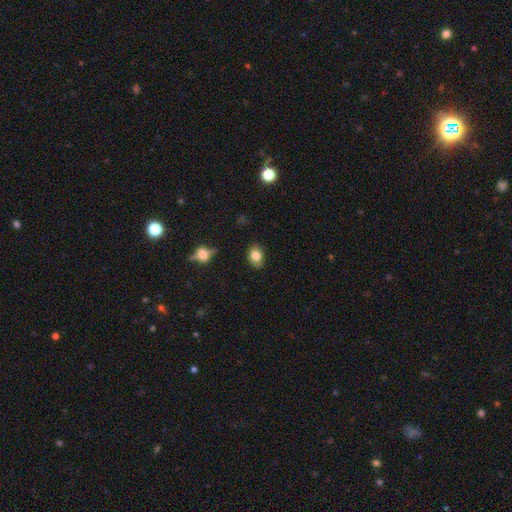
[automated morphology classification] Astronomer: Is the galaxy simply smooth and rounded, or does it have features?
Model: smooth — 81%.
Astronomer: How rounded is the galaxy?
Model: in between — 75%.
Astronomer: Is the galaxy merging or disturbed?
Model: none — 80%.